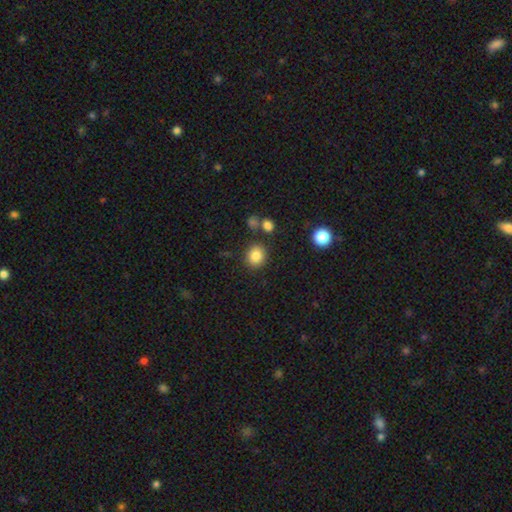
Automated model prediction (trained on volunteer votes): smooth_or_featured: smooth (p=0.84) [alt: star or artifact p=0.10]
how_rounded: round (p=0.80) [alt: in between p=0.19]
merging: none (p=0.84) [alt: minor disturbance p=0.08]